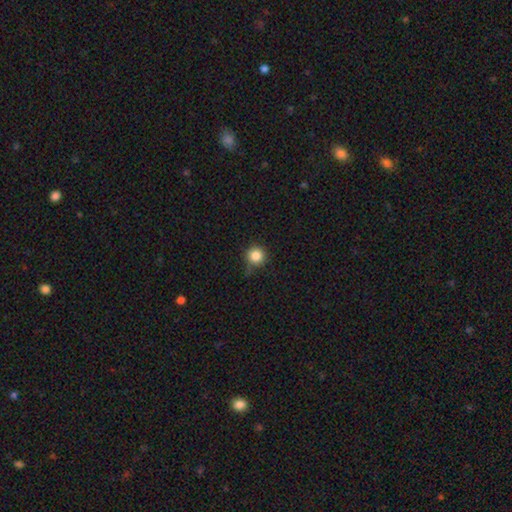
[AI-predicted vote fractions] Q: Smooth or featured?
A: smooth (85%); runner-up: star or artifact (11%)
Q: How rounded?
A: round (95%); runner-up: in between (4%)
Q: Merging?
A: none (76%); runner-up: minor disturbance (18%)